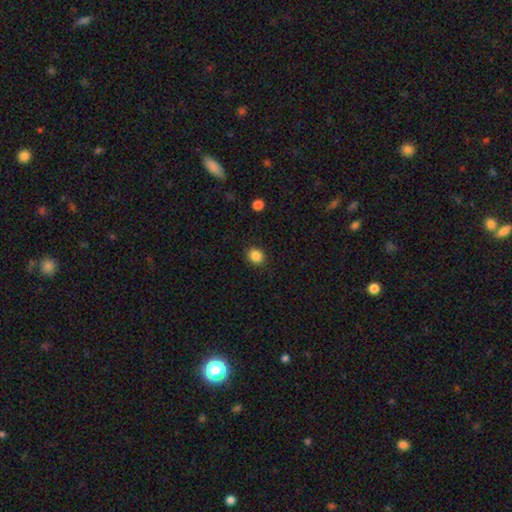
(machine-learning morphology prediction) Smooth or featured: smooth — 86% (star or artifact — 10%)
How rounded: round — 74% (in between — 25%)
Merging: none — 90% (minor disturbance — 7%)